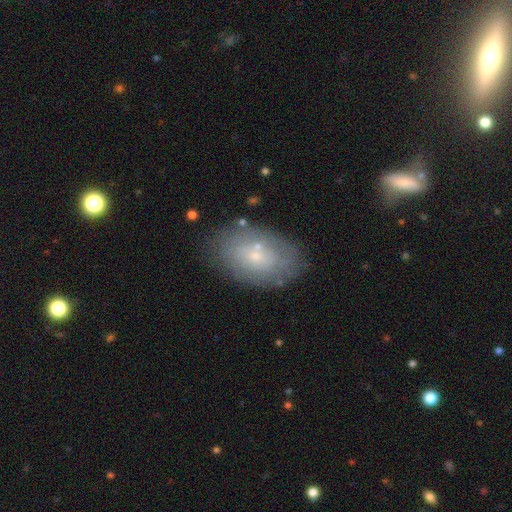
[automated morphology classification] A smooth galaxy with no disk features (51%) that is in between round and cigar-shaped (89%).

Vote fractions:
- Smooth or featured? smooth: 51% / featured or disk: 41% / star or artifact: 9%
- How rounded? in between: 89% / round: 10% / cigar-shaped: 1%
- Merging? none: 73% / minor disturbance: 17% / major disturbance: 6% / merger: 4%